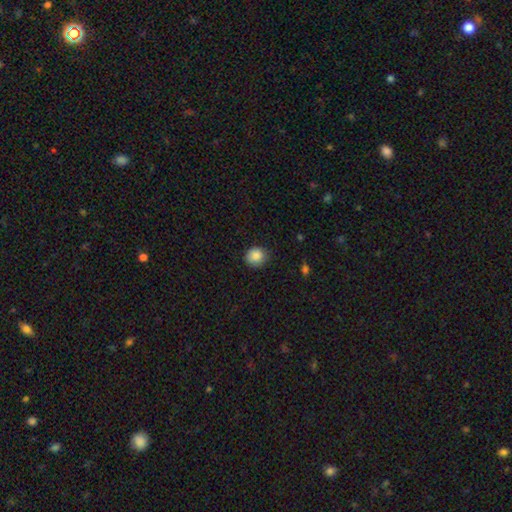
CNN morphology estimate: A smooth galaxy with no disk features (87%) that is round (82%).

Vote fractions:
- Smooth or featured? smooth: 87% / star or artifact: 9% / featured or disk: 4%
- How rounded? round: 82% / in between: 17% / cigar-shaped: 1%
- Merging? none: 82% / minor disturbance: 14% / major disturbance: 3% / merger: 1%